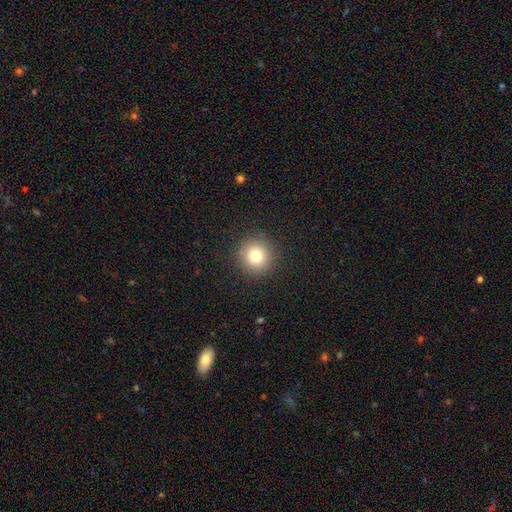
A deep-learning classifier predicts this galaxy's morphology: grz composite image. It shows a smooth galaxy with no disk features (79%) that is round (94%). Merging: none (91%).